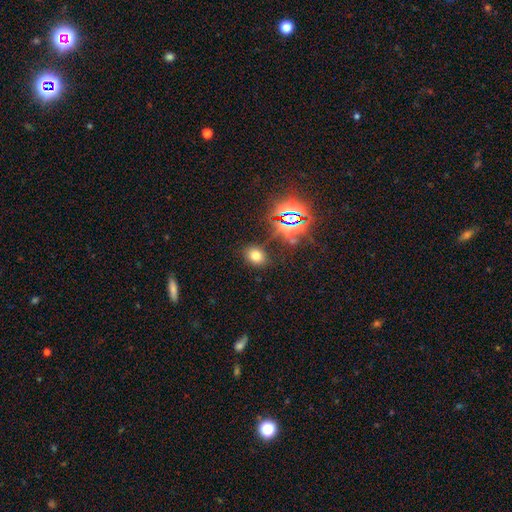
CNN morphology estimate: Smooth or featured: smooth — 67% (star or artifact — 24%)
How rounded: in between — 58% (round — 40%)
Merging: none — 83% (minor disturbance — 10%)